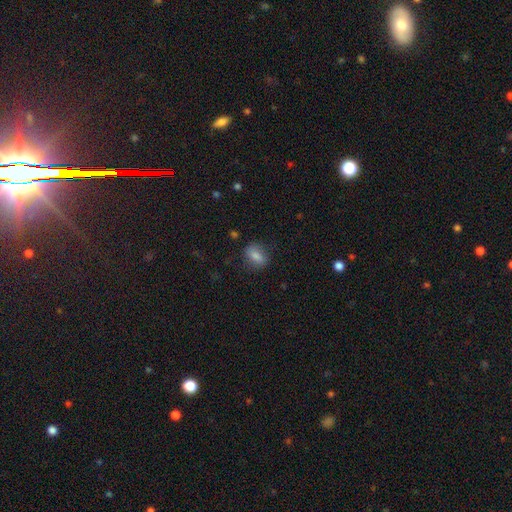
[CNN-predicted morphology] This appears to be a smooth galaxy with no disk features (75%) that is in between round and cigar-shaped (72%). Merging: none (79%).